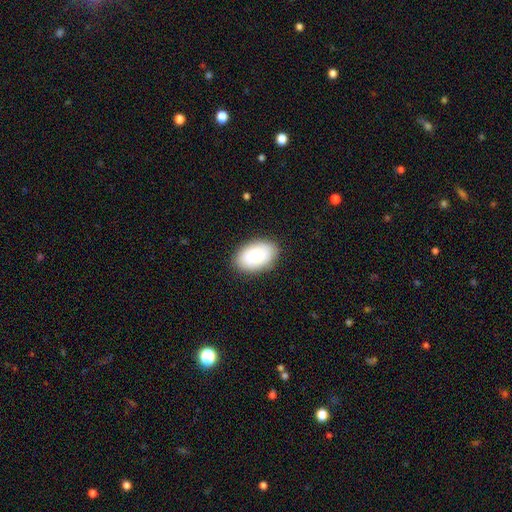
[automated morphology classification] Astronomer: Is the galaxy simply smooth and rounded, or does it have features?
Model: smooth — 80%.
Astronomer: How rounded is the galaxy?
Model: in between — 91%.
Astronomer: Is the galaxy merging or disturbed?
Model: none — 86%.